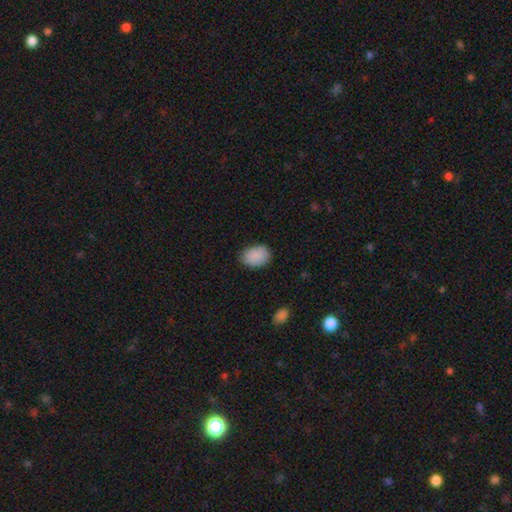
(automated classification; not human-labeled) Q: Smooth or featured?
A: smooth (89%); runner-up: star or artifact (7%)
Q: How rounded?
A: in between (81%); runner-up: round (18%)
Q: Merging?
A: none (79%); runner-up: minor disturbance (16%)